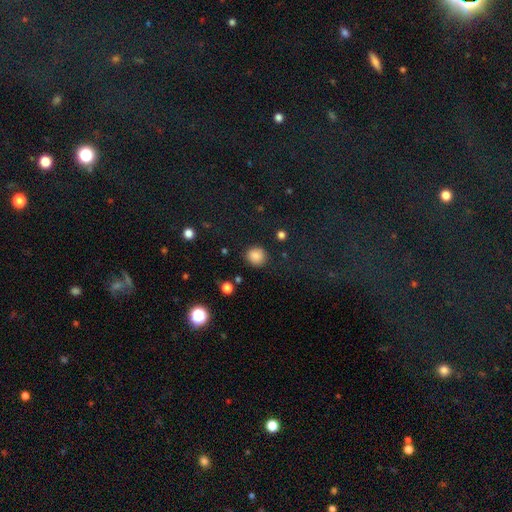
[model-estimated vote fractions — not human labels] This is clearly a smooth galaxy (85%). How rounded: clearly round (90%). Merging: clearly none (87%).